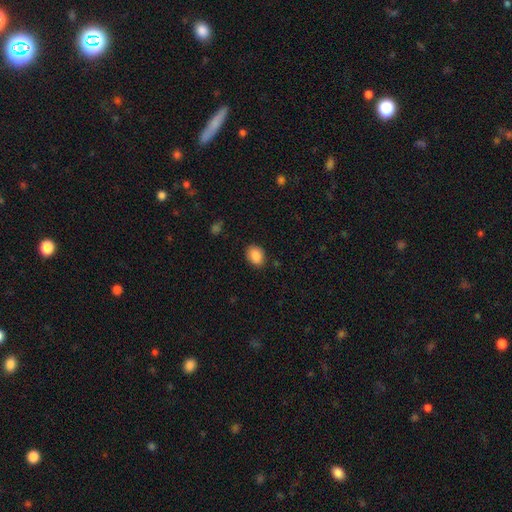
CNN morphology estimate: A smooth galaxy with no disk features (87%) that is in between round and cigar-shaped (64%).

Vote fractions:
- Smooth or featured? smooth: 87% / star or artifact: 8% / featured or disk: 5%
- How rounded? in between: 64% / round: 35% / cigar-shaped: 1%
- Merging? none: 85% / minor disturbance: 11% / major disturbance: 2% / merger: 1%